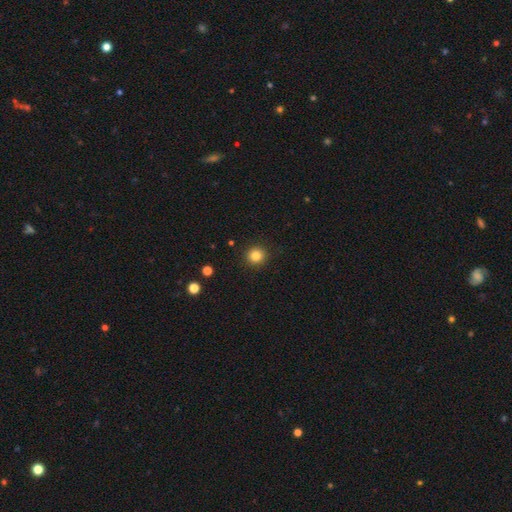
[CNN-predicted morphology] smooth 84%, star or artifact 11%, featured or disk 5%. Down the decision tree: how rounded — round (93%); merging — none (92%).